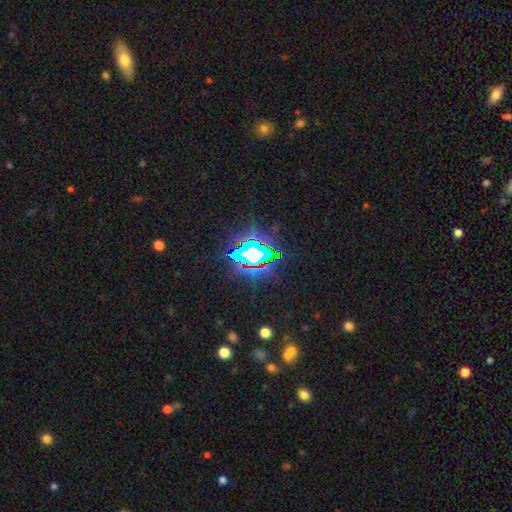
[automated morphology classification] type=star or artifact (79%).